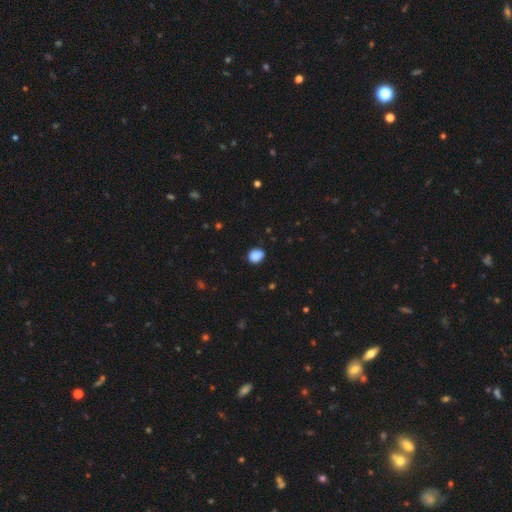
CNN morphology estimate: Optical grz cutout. It shows a smooth galaxy with no disk features (87%) that is round (59%). Merging: none (79%).